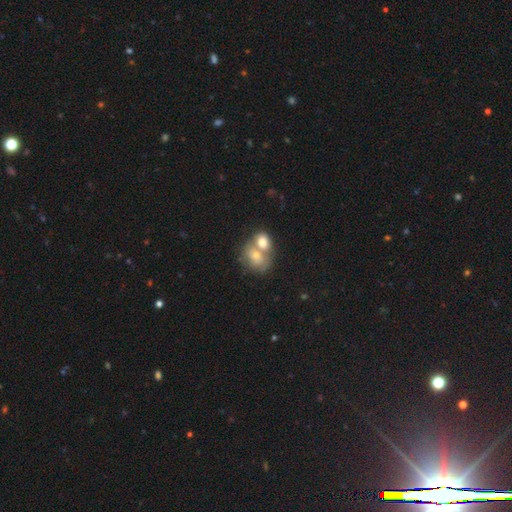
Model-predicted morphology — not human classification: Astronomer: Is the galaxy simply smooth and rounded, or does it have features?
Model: smooth — 67%.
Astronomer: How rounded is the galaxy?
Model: in between — 55% (runner-up: round, 44%).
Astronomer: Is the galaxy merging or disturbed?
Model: merger — 68%.